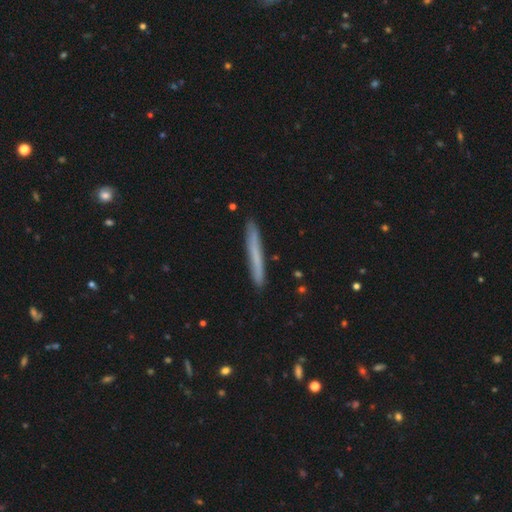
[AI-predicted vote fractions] Smooth or featured? smooth (64%)
How rounded? cigar-shaped (97%)
Merging? none (90%)